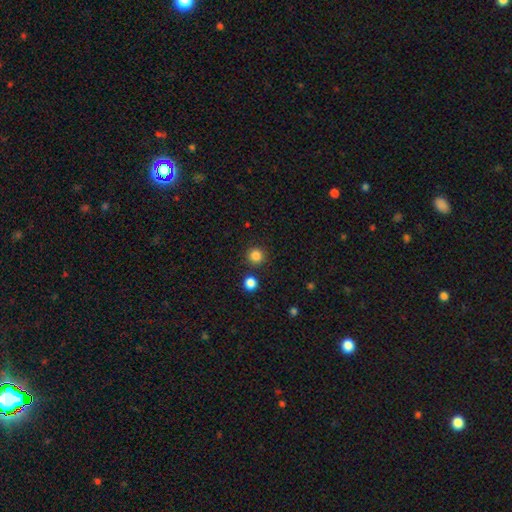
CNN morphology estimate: smooth 84%, star or artifact 12%, featured or disk 3%. Down the decision tree: how rounded — round (94%); merging — none (87%).